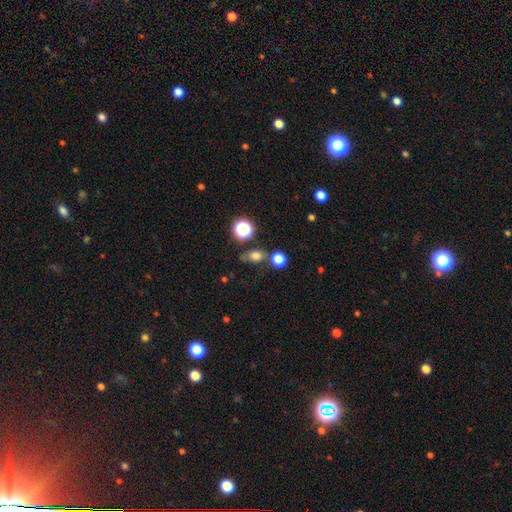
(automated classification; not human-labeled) Smooth or featured?
  - smooth: 71% *
  - star or artifact: 19%
  - featured or disk: 10%
How rounded?
  - in between: 52% *
  - round: 45%
  - cigar-shaped: 3%
Merging?
  - none: 66% *
  - minor disturbance: 16%
  - merger: 12%
  - major disturbance: 6%